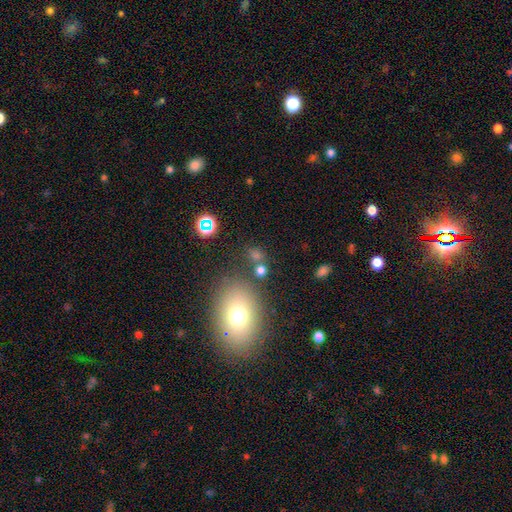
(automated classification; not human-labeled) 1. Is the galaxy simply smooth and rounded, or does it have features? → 60% smooth, 27% star or artifact, 13% featured or disk.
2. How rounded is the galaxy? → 50% round, 47% in between, 3% cigar-shaped.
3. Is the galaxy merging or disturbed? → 71% none, 12% minor disturbance, 11% merger, 6% major disturbance.